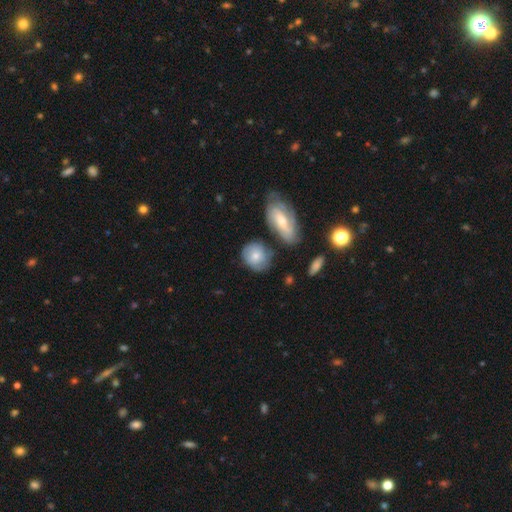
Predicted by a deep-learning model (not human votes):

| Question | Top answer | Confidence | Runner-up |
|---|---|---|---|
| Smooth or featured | smooth | 62% | featured or disk (31%) |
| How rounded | round | 69% | in between (29%) |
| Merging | none | 60% | minor disturbance (19%) |